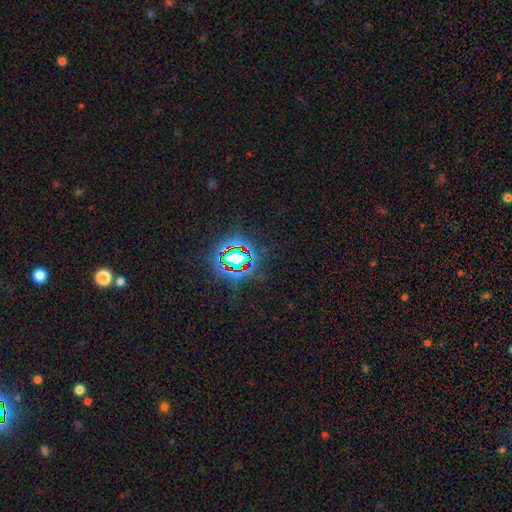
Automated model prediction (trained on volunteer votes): star or artifact 81%, smooth 12%, featured or disk 7%.